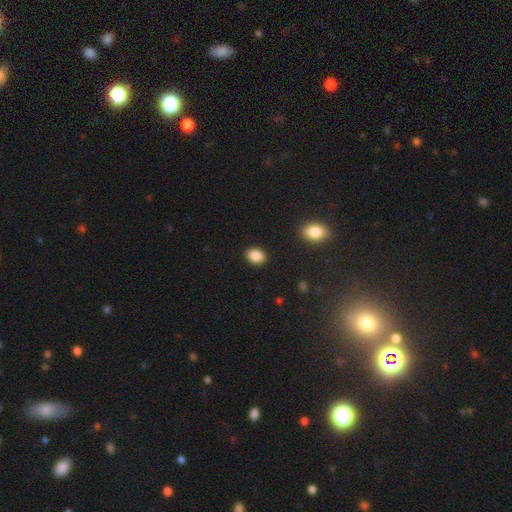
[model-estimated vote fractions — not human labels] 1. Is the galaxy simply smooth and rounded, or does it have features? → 88% smooth, 8% star or artifact, 4% featured or disk.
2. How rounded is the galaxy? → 75% in between, 23% round, 1% cigar-shaped.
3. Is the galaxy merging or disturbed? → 89% none, 8% minor disturbance, 2% major disturbance, 1% merger.